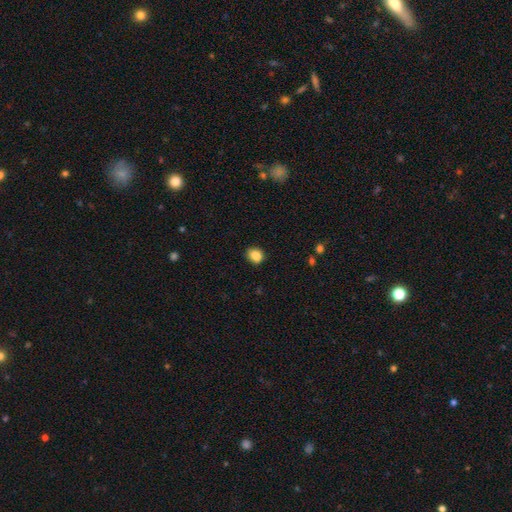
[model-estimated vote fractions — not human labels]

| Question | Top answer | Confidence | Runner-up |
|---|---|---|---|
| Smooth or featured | smooth | 86% | star or artifact (10%) |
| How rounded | round | 55% | in between (44%) |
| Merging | none | 79% | minor disturbance (15%) |